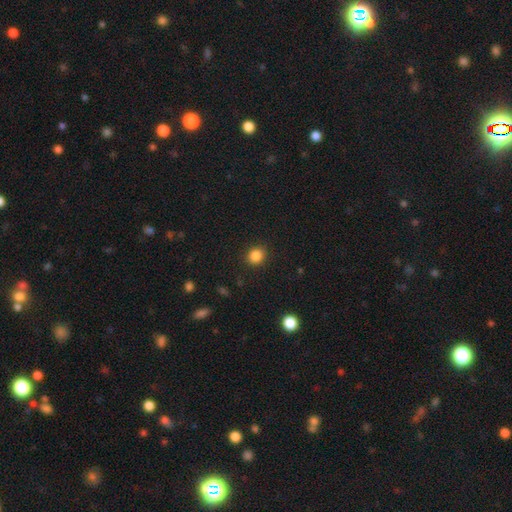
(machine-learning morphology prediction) Smooth or featured: smooth — 85% (star or artifact — 11%)
How rounded: round — 81% (in between — 18%)
Merging: none — 90% (minor disturbance — 7%)